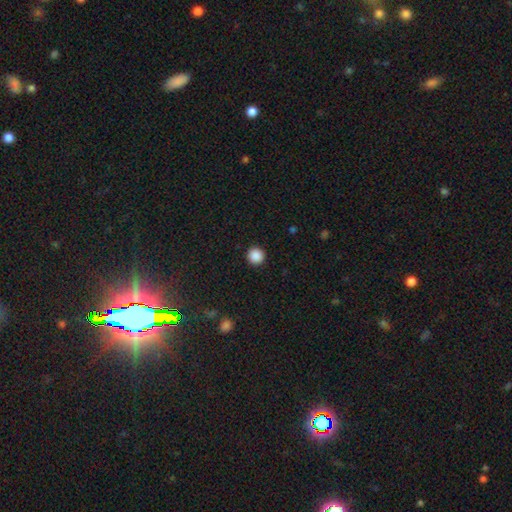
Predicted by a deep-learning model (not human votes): Smooth or featured: smooth — 88% (star or artifact — 10%)
How rounded: round — 96% (in between — 3%)
Merging: none — 93% (minor disturbance — 4%)